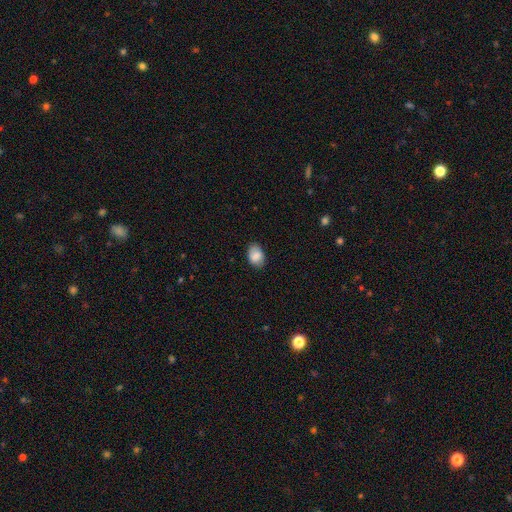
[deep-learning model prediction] Morphology: type=smooth (85%); roundness=in between (84%); merging=none (82%).